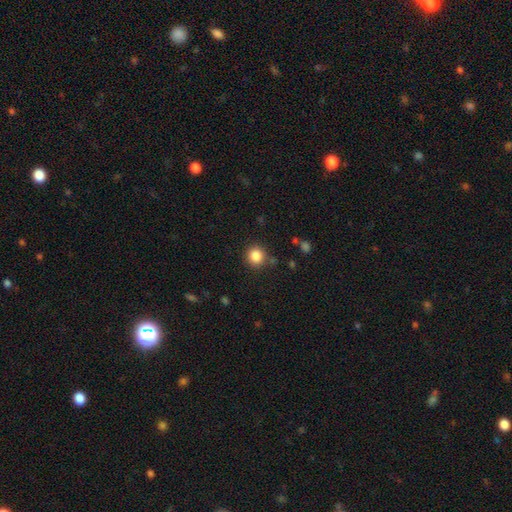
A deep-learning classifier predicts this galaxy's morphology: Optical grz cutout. It shows a smooth galaxy with no disk features (85%) that is round (91%). Merging: none (85%).